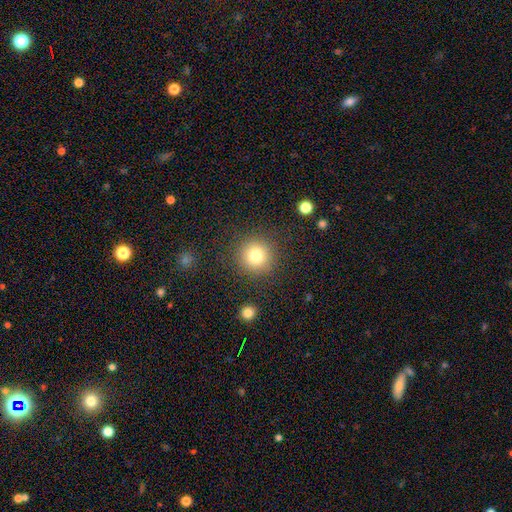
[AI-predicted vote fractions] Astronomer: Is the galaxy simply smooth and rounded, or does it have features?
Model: smooth — 80%.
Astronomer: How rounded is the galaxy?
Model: round — 94%.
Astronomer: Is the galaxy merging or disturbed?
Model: none — 87%.